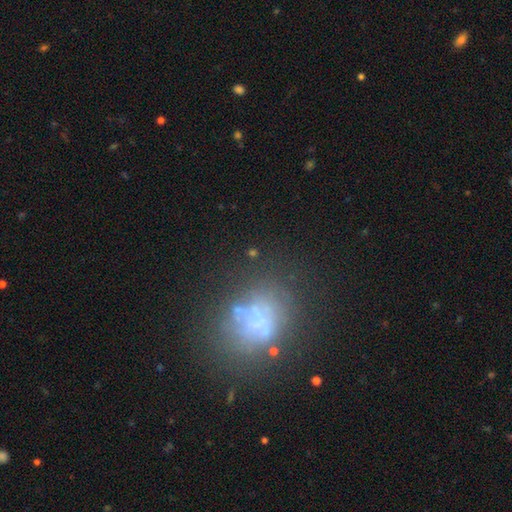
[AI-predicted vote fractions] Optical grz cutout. It shows a featured or disk galaxy (38%). Merging: none (59%).